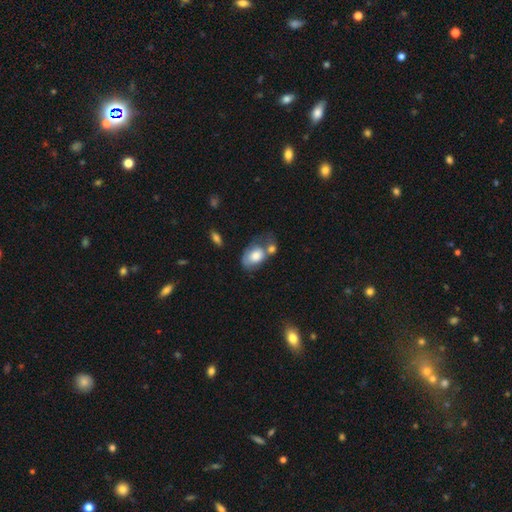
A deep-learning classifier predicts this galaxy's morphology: A smooth galaxy with no disk features (71%) that is in between round and cigar-shaped (83%). Merging: merger (39%).